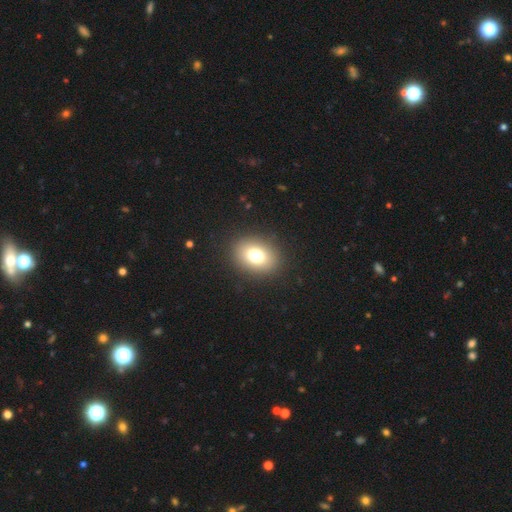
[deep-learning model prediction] This is likely a smooth galaxy (77%). How rounded: likely in between (64%). Merging: clearly none (89%).